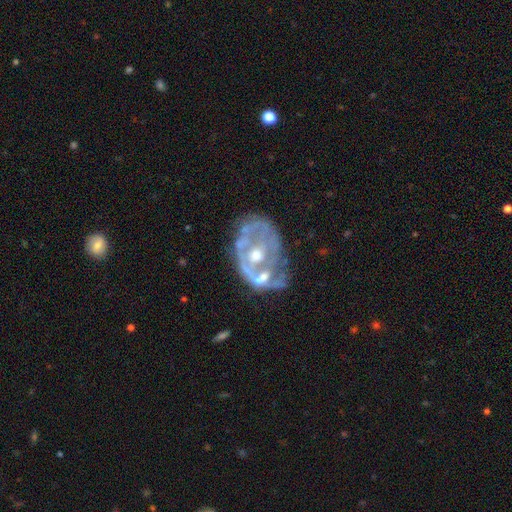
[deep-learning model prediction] Smooth or featured? Predicted: featured or disk (p=0.79). Edge-on disk? Predicted: no (p=0.96). Bar? Predicted: no (p=0.73). Spiral arms? Predicted: no (p=0.53). Bulge size? Predicted: moderate (p=0.67). Merging? Predicted: none (p=0.33).